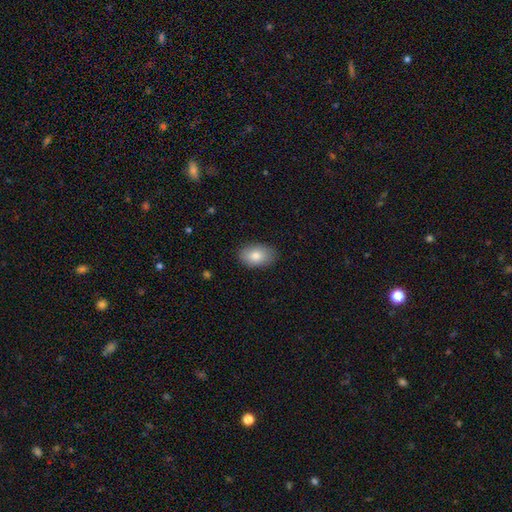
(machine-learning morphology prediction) Smooth or featured?
  - smooth: 83% *
  - featured or disk: 10%
  - star or artifact: 7%
How rounded?
  - in between: 90% *
  - round: 9%
  - cigar-shaped: 1%
Merging?
  - none: 86% *
  - minor disturbance: 10%
  - major disturbance: 2%
  - merger: 1%